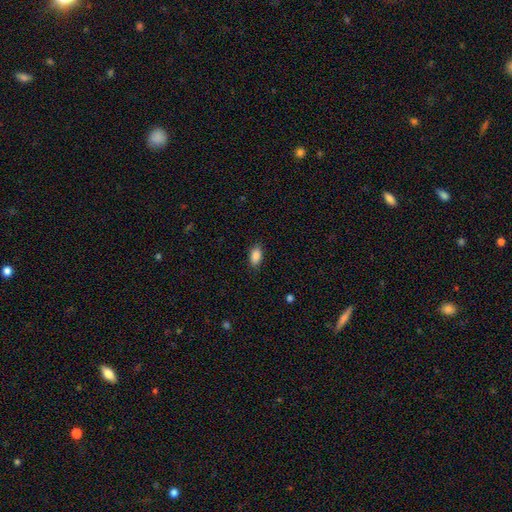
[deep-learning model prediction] A smooth galaxy with no disk features (89%) that is in between round and cigar-shaped (91%).

Vote fractions:
- Smooth or featured? smooth: 89% / star or artifact: 8% / featured or disk: 3%
- How rounded? in between: 91% / round: 6% / cigar-shaped: 3%
- Merging? none: 86% / minor disturbance: 10% / major disturbance: 3% / merger: 1%